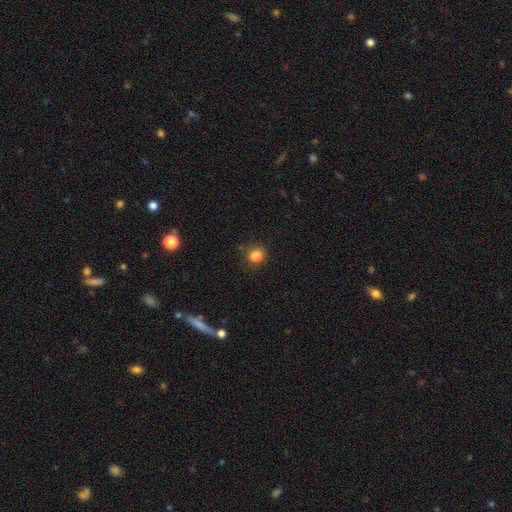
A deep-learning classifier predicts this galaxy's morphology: Overall: smooth (85%). How rounded: round (77%). Merging: none (75%).